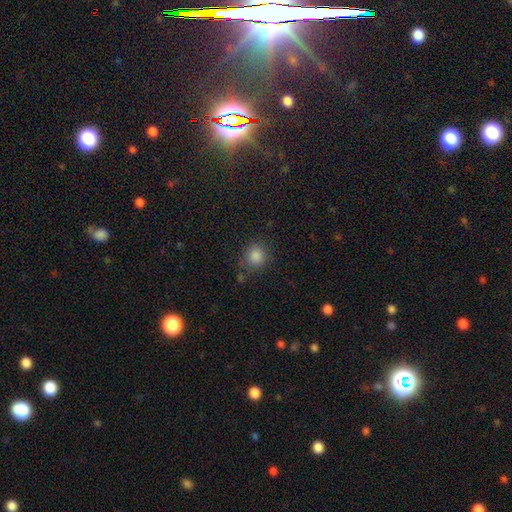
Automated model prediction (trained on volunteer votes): Smooth or featured? Predicted: smooth (p=0.84). How rounded? Predicted: round (p=0.84). Merging? Predicted: none (p=0.79).